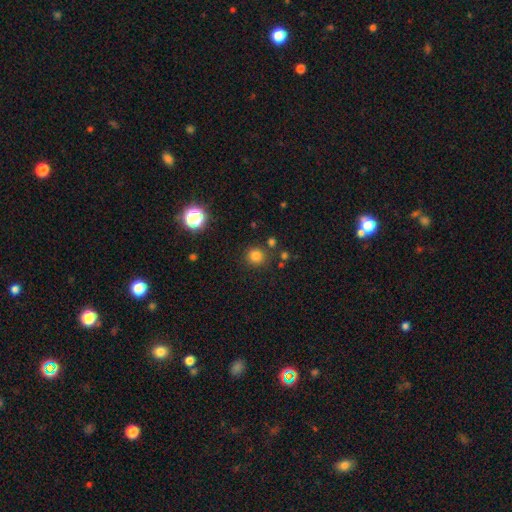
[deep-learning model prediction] Overall: smooth (80%). How rounded: round (91%). Merging: none (83%).